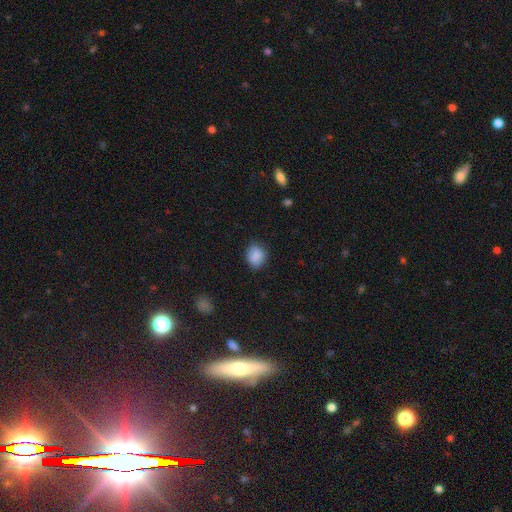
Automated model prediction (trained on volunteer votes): Smooth or featured? Predicted: smooth (p=0.85). How rounded? Predicted: round (p=0.58). Merging? Predicted: none (p=0.76).